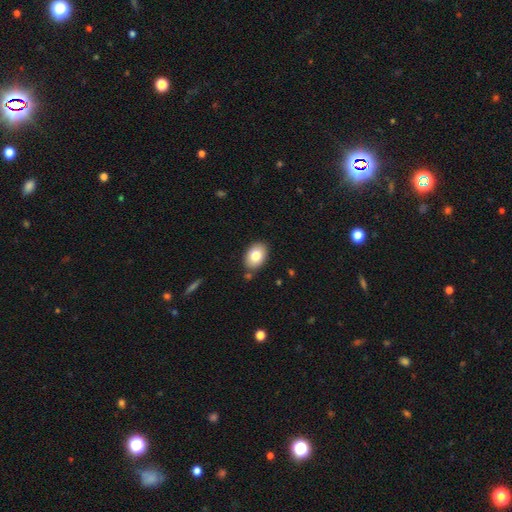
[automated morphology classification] A smooth galaxy with no disk features (82%) that is in between round and cigar-shaped (79%).

Vote fractions:
- Smooth or featured? smooth: 82% / featured or disk: 11% / star or artifact: 8%
- How rounded? in between: 79% / round: 20% / cigar-shaped: 1%
- Merging? none: 83% / minor disturbance: 11% / merger: 4% / major disturbance: 2%